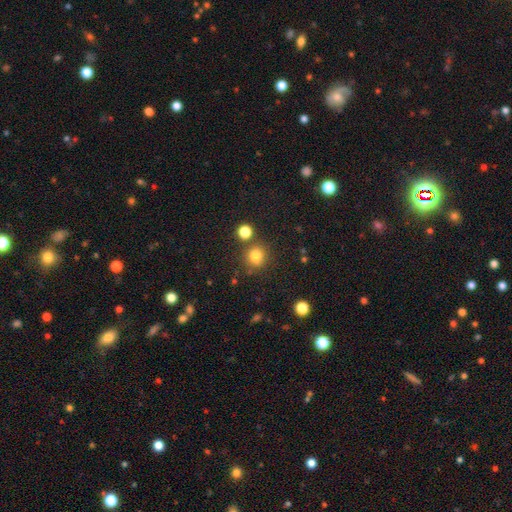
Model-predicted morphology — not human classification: Smooth or featured? smooth (81%)
How rounded? round (87%)
Merging? none (77%)